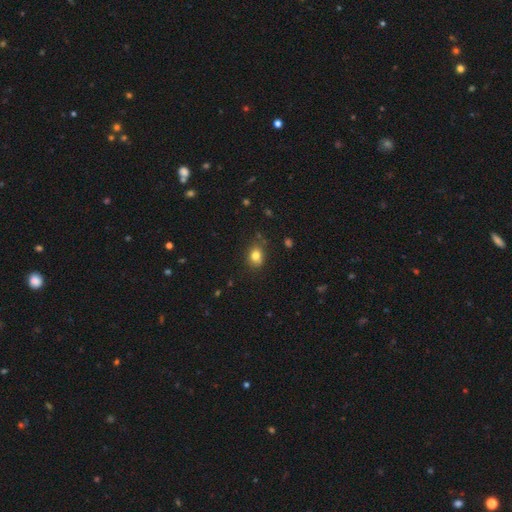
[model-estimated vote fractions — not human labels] Smooth or featured: smooth — 80% (star or artifact — 12%)
How rounded: in between — 51% (round — 48%)
Merging: none — 75% (minor disturbance — 17%)